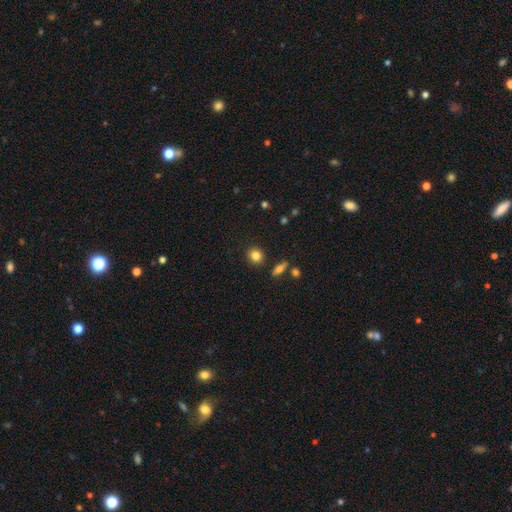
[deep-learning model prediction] Smooth or featured? smooth (83%)
How rounded? round (80%)
Merging? none (87%)